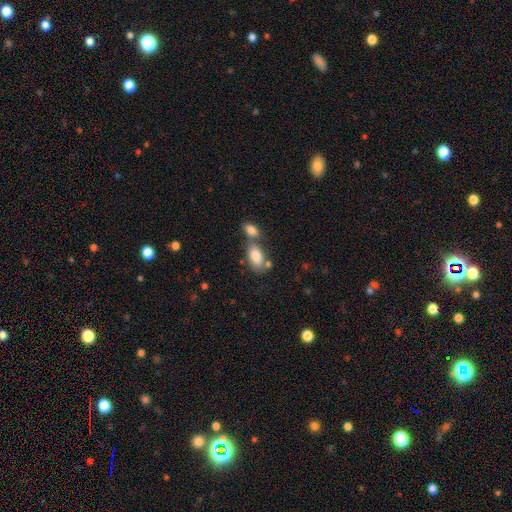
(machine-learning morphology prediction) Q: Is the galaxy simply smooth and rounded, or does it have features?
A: smooth — 85%.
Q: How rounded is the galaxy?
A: in between — 92%.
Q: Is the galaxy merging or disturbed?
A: none — 43%.